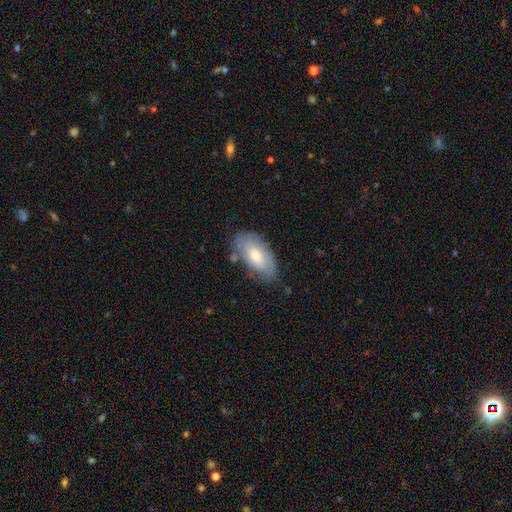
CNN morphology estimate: This appears to be a smooth galaxy with no disk features (59%) that is in between round and cigar-shaped (93%). Merging: none (67%).